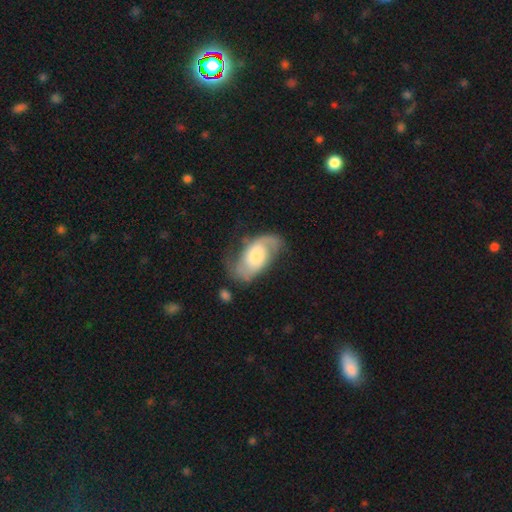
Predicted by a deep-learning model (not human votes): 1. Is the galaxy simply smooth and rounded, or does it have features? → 77% featured or disk, 17% smooth, 6% star or artifact.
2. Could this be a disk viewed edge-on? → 96% no, 4% yes.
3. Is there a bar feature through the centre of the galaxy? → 59% no, 33% weak, 8% strong.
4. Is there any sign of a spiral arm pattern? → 93% yes, 7% no.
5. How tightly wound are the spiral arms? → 45% medium, 33% loose, 21% tight.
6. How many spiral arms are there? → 86% 2, 6% can't tell, 5% 1, 1% 3, 1% 4, 1% more than 4.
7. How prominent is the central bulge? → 39% moderate, 26% large, 25% small, 6% none, 4% dominant.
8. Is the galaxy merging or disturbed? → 62% none, 22% minor disturbance, 14% major disturbance, 3% merger.